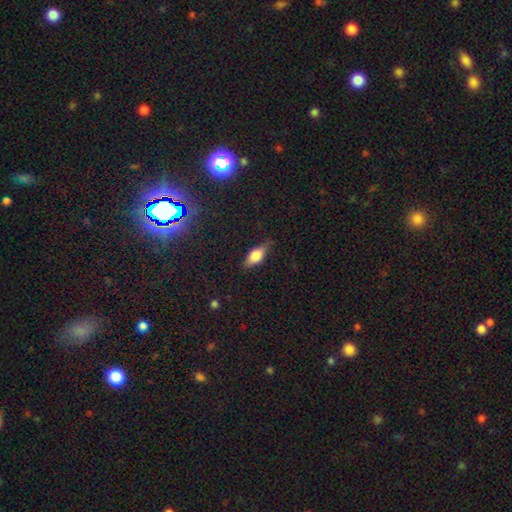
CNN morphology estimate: type=smooth (66%); roundness=in between (77%); merging=none (73%).